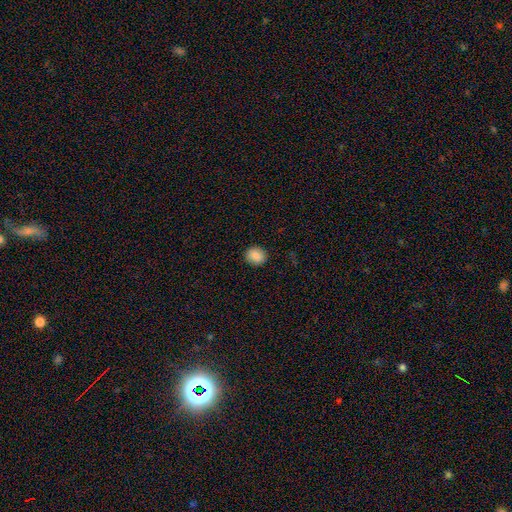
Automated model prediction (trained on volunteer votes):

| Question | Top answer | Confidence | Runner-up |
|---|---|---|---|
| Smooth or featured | smooth | 87% | star or artifact (9%) |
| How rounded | round | 77% | in between (22%) |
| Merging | none | 90% | minor disturbance (7%) |